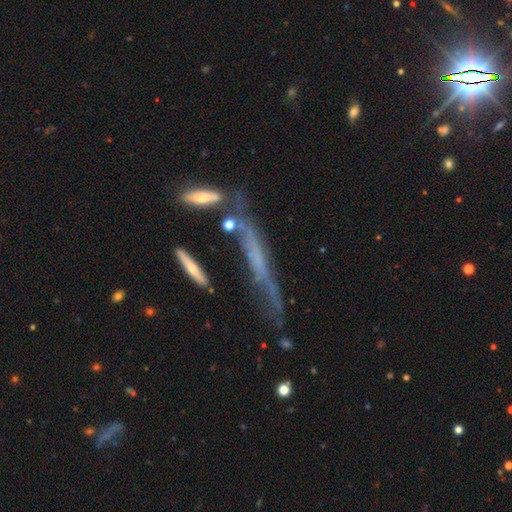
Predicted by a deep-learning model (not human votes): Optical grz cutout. It shows a featured or disk galaxy (55%) viewed edge-on (78%). Merging: none (54%).